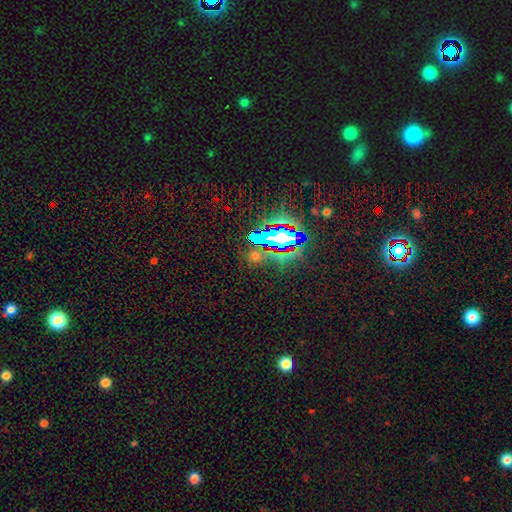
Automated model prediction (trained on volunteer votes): smooth_or_featured: star or artifact (p=0.60) [alt: smooth p=0.29]